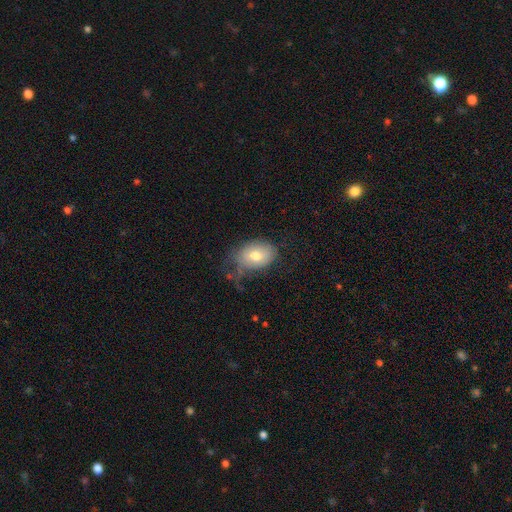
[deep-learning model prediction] Q: Smooth or featured?
A: smooth (71%); runner-up: featured or disk (20%)
Q: How rounded?
A: in between (77%); runner-up: round (22%)
Q: Merging?
A: none (49%); runner-up: minor disturbance (30%)